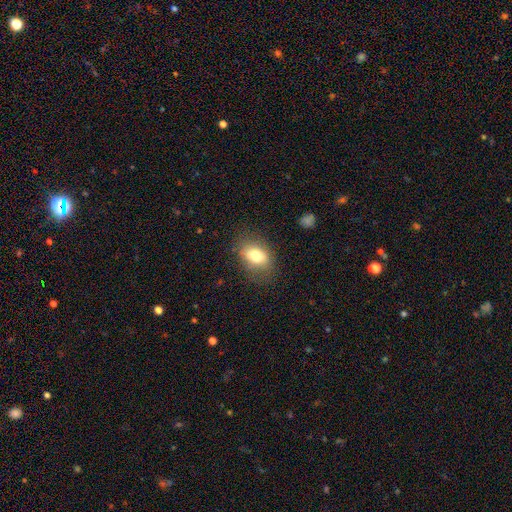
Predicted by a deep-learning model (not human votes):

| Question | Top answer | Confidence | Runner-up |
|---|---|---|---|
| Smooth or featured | smooth | 74% | featured or disk (17%) |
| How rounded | in between | 80% | round (18%) |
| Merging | none | 75% | minor disturbance (17%) |